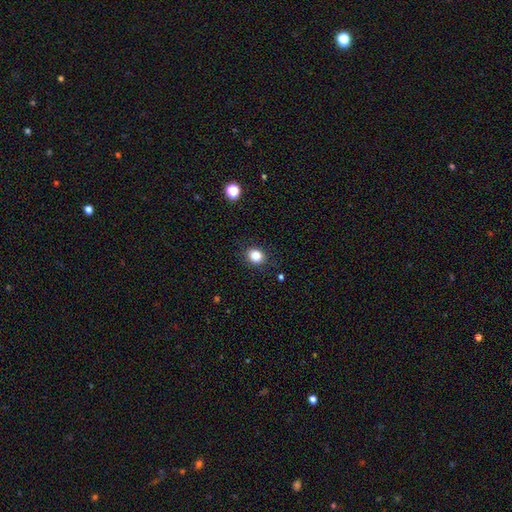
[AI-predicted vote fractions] Morphology: type=smooth (85%); roundness=round (65%); merging=none (86%).